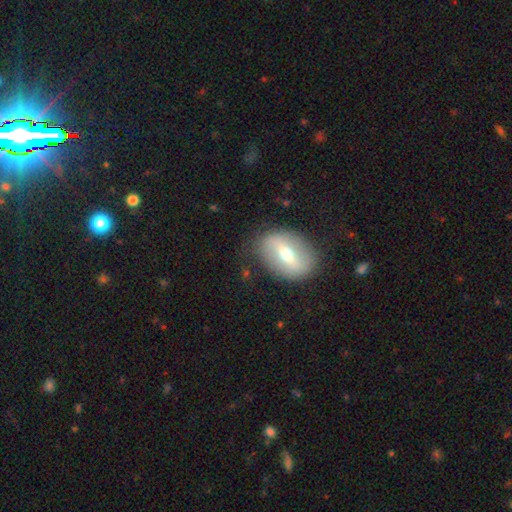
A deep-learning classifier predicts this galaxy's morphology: smooth_or_featured: featured or disk (p=0.54) [alt: smooth p=0.28]
disk_edge_on: no (p=0.92) [alt: yes p=0.08]
merging: none (p=0.79) [alt: minor disturbance p=0.13]